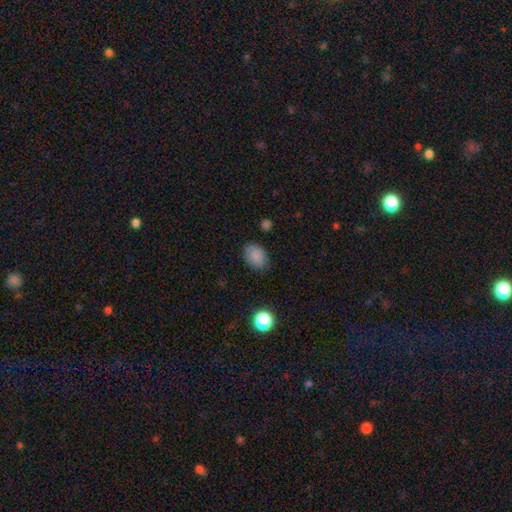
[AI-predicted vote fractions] This is clearly a smooth galaxy (86%). How rounded: likely in between (76%). Merging: clearly none (81%).